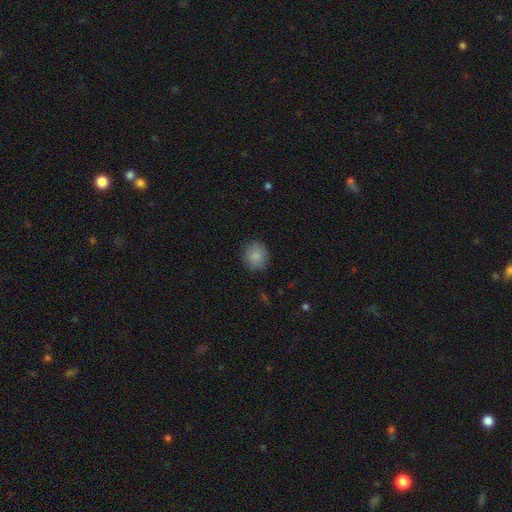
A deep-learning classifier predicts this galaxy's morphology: Smooth or featured? Predicted: smooth (p=0.87). How rounded? Predicted: round (p=0.82). Merging? Predicted: none (p=0.88).